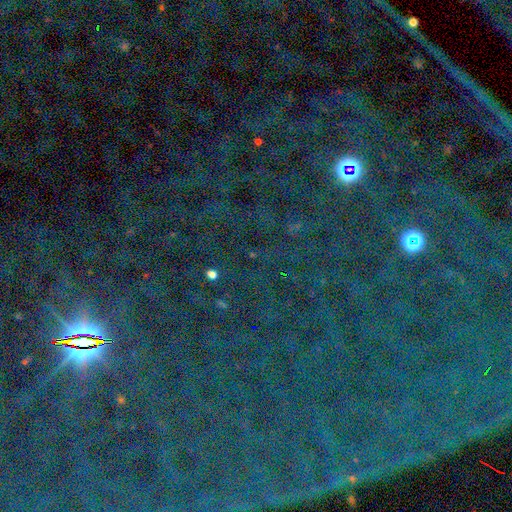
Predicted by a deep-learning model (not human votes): This is clearly a star or artifact rather than a galaxy (85%).